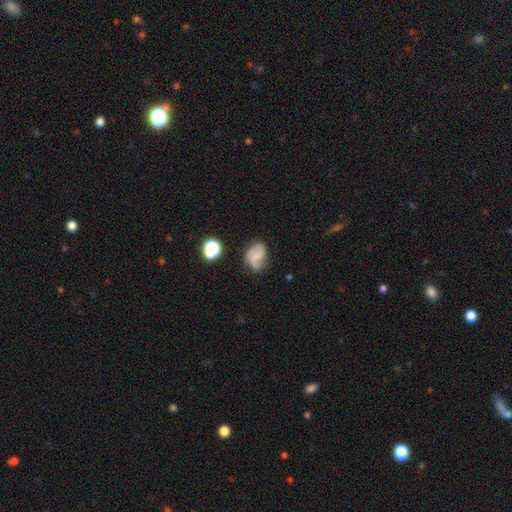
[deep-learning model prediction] A smooth galaxy with no disk features (53%) that is in between round and cigar-shaped (67%). Merging: none (47%).